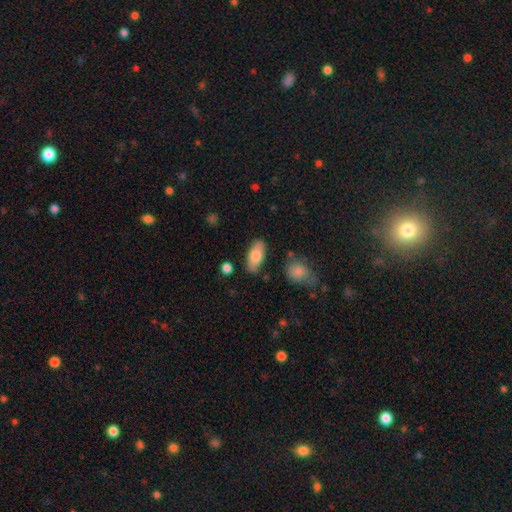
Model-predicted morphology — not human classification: smooth_or_featured: smooth (p=0.79) [alt: featured or disk p=0.15]
how_rounded: in between (p=0.87) [alt: cigar-shaped p=0.10]
merging: none (p=0.82) [alt: minor disturbance p=0.12]